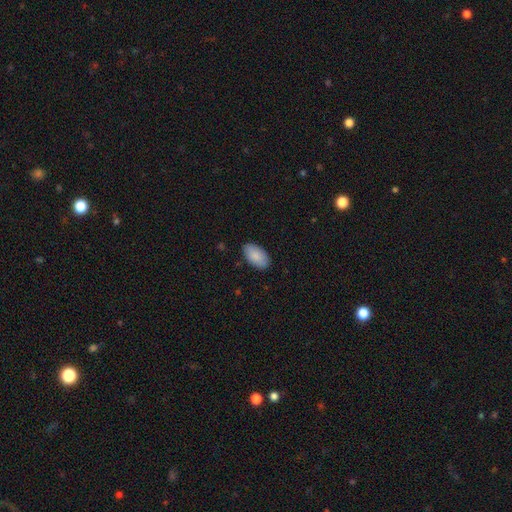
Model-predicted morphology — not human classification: type=smooth (88%); roundness=in between (95%); merging=none (85%).